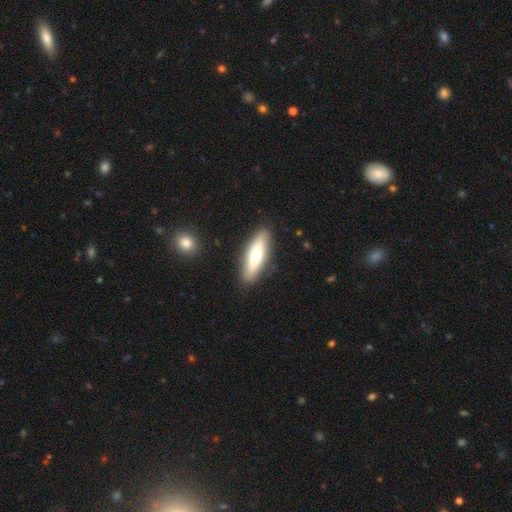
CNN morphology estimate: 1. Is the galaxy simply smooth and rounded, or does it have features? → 58% smooth, 36% featured or disk, 5% star or artifact.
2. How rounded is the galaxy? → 50% in between, 48% cigar-shaped, 2% round.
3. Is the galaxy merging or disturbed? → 88% none, 9% minor disturbance, 2% major disturbance, 2% merger.